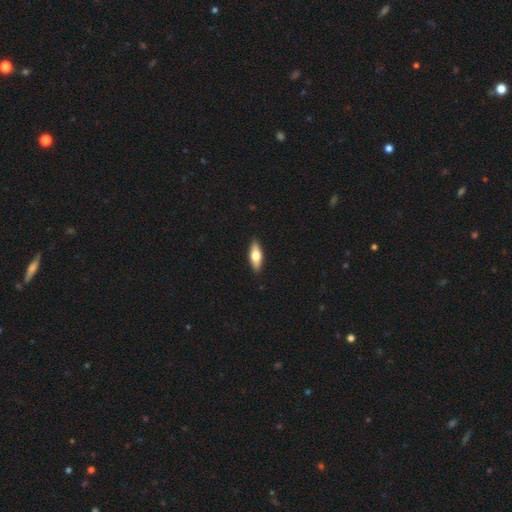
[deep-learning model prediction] A smooth galaxy with no disk features (59%) that is in between round and cigar-shaped (67%). Merging: none (90%).